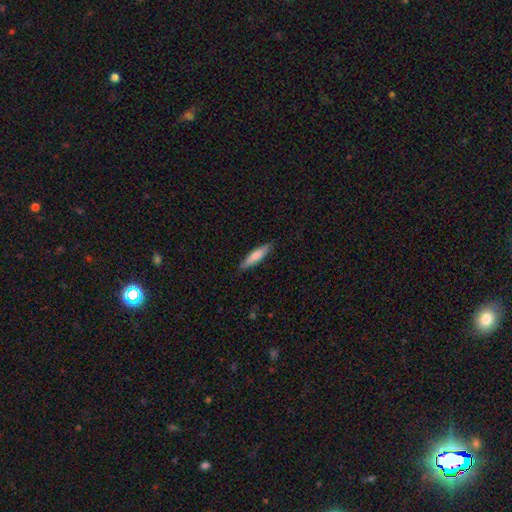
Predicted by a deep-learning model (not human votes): Smooth or featured: smooth — 76% (featured or disk — 19%)
How rounded: cigar-shaped — 79% (in between — 19%)
Merging: none — 87% (minor disturbance — 10%)